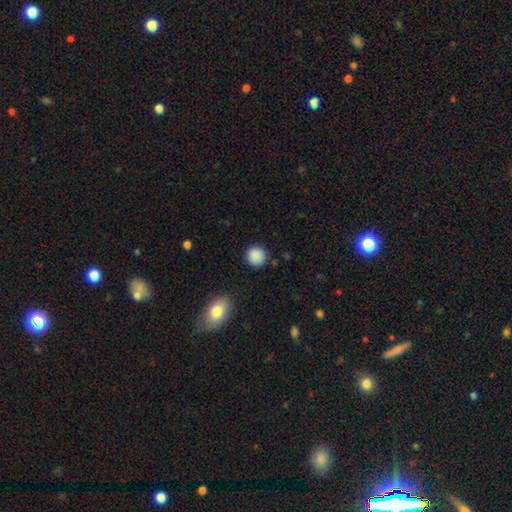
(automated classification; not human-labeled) A smooth galaxy with no disk features (89%) that is round (92%). Merging: none (89%).